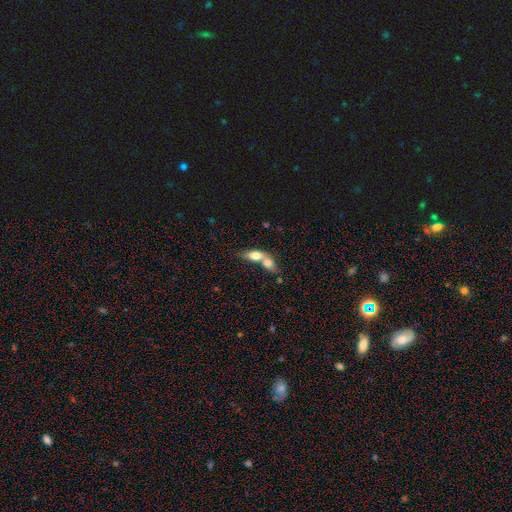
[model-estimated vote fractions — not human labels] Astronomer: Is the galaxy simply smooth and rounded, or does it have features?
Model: smooth — 71%.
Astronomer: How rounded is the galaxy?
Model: in between — 75%.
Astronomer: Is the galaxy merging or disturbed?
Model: merger — 78%.